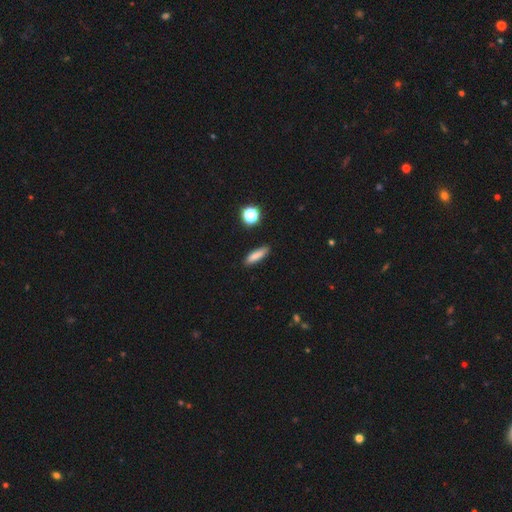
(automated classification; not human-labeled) Morphology: type=smooth (81%); roundness=cigar-shaped (65%); merging=none (86%).